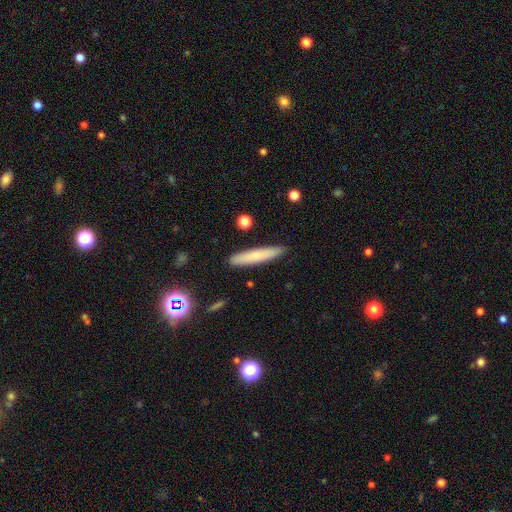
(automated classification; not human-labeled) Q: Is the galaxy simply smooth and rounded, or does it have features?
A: smooth — 71%.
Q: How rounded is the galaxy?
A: cigar-shaped — 91%.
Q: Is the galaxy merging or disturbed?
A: none — 90%.